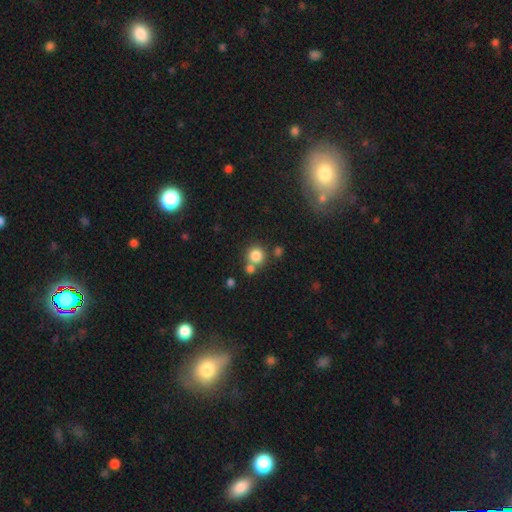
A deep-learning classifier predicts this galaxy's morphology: Smooth or featured? Predicted: smooth (p=0.81). How rounded? Predicted: round (p=0.91). Merging? Predicted: none (p=0.64).